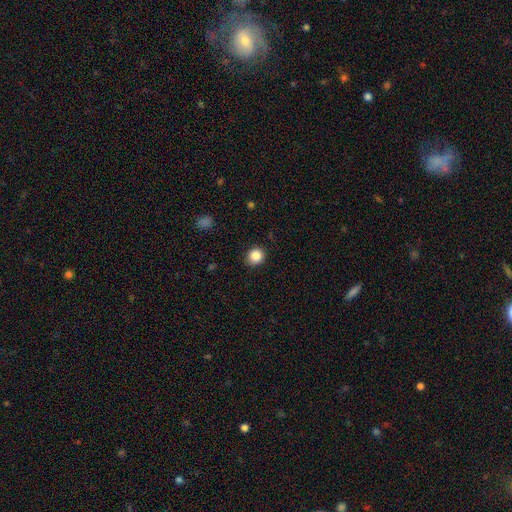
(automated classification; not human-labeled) Smooth or featured? Predicted: smooth (p=0.87). How rounded? Predicted: round (p=0.86). Merging? Predicted: none (p=0.88).